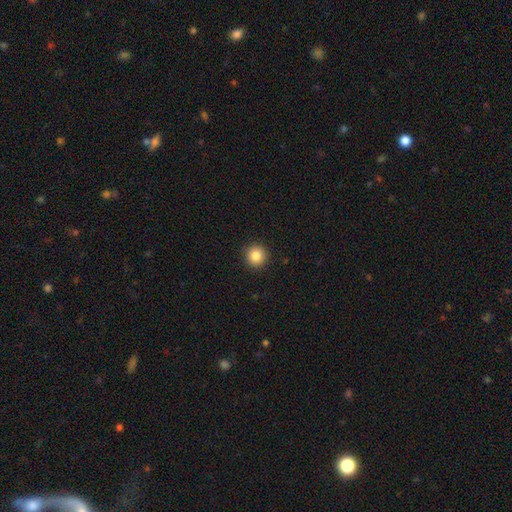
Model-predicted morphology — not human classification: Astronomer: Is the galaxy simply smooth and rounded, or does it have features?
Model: smooth — 85%.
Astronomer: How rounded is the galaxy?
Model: round — 95%.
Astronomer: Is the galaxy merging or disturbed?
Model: none — 92%.